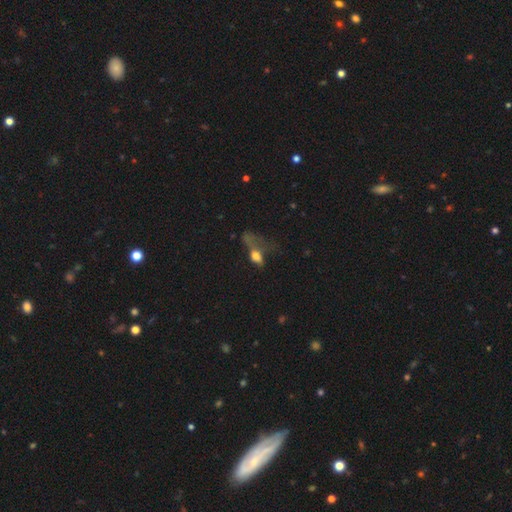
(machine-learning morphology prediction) This appears to be a smooth galaxy with no disk features (57%) that is in between round and cigar-shaped (68%). Merging: major disturbance (64%).